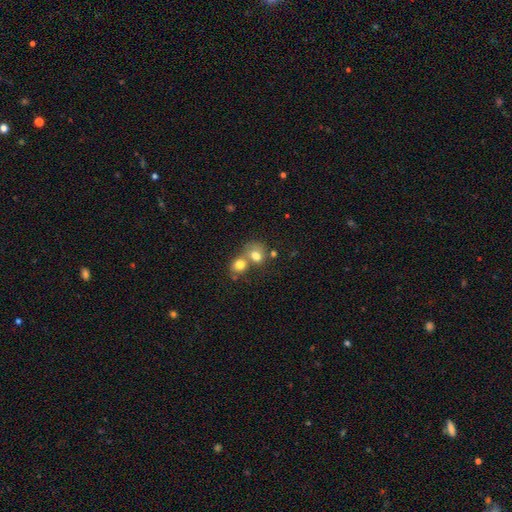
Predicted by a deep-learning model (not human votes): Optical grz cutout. It shows a smooth galaxy with no disk features (75%) that is round (61%). Merging: merger (64%).